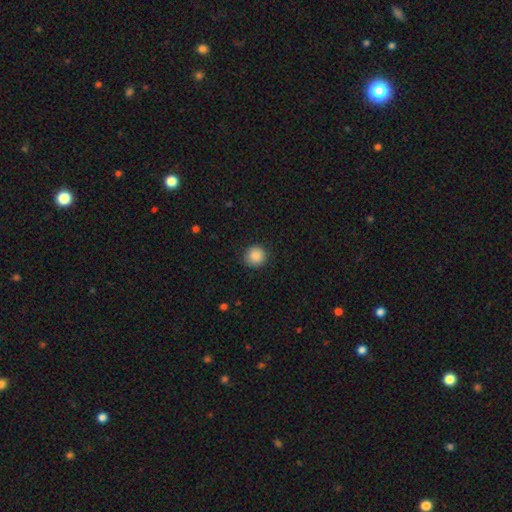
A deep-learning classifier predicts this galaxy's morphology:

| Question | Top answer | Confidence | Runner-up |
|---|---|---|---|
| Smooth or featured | smooth | 88% | star or artifact (9%) |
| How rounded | round | 92% | in between (7%) |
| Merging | none | 88% | minor disturbance (8%) |